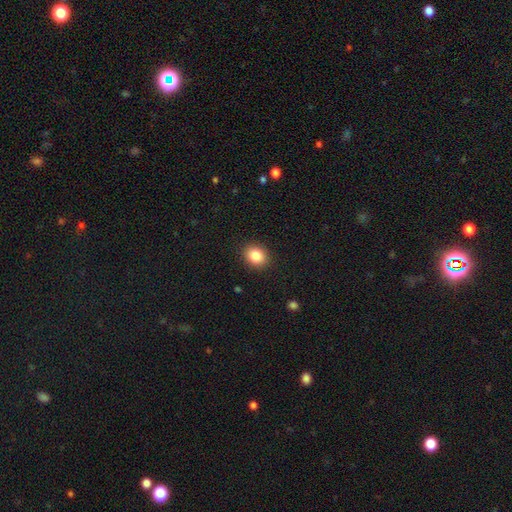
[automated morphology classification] A smooth galaxy with no disk features (86%) that is round (51%).

Vote fractions:
- Smooth or featured? smooth: 86% / star or artifact: 9% / featured or disk: 5%
- How rounded? round: 51% / in between: 48% / cigar-shaped: 1%
- Merging? none: 90% / minor disturbance: 7% / major disturbance: 2% / merger: 1%